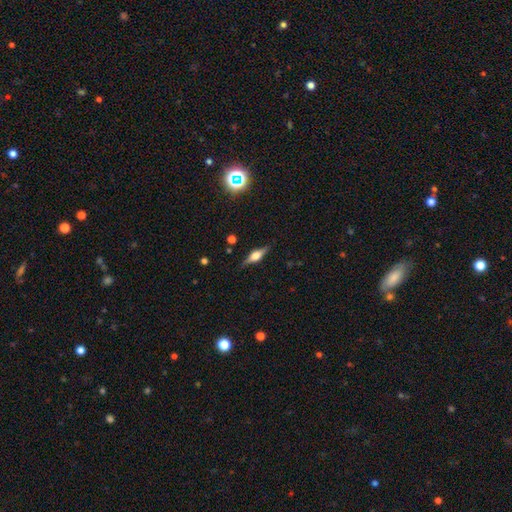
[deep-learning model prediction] smooth_or_featured: featured or disk (p=0.64) [alt: smooth p=0.28]
disk_edge_on: yes (p=0.95) [alt: no p=0.05]
edge_on_bulge: rounded (p=0.88) [alt: boxy p=0.11]
merging: none (p=0.85) [alt: minor disturbance p=0.11]